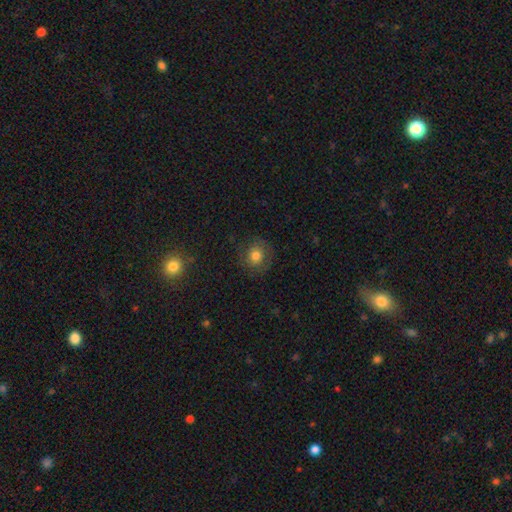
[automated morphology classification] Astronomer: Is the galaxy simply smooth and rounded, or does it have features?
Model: smooth — 70%.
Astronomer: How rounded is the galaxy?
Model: round — 86%.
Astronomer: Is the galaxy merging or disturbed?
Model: none — 80%.